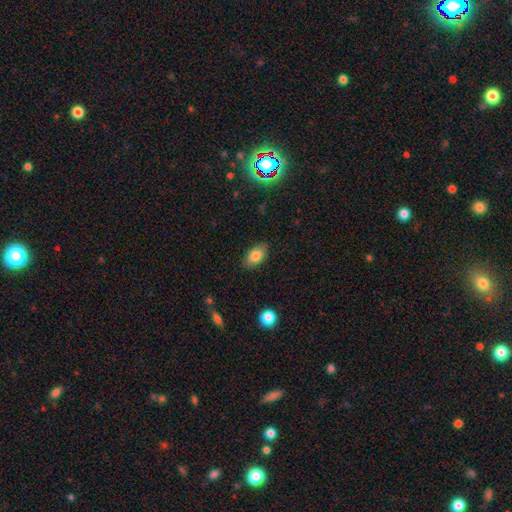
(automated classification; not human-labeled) Smooth or featured? smooth (82%)
How rounded? in between (90%)
Merging? none (85%)